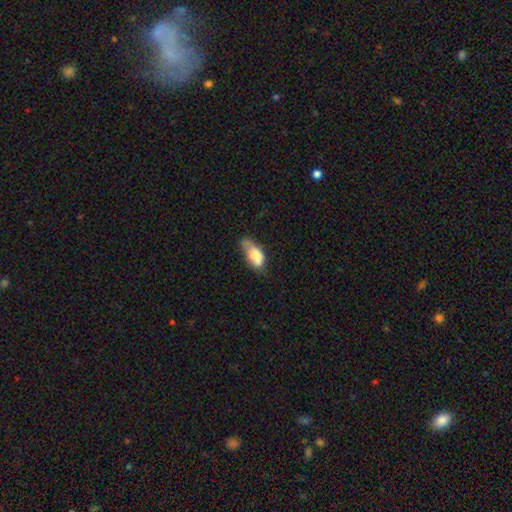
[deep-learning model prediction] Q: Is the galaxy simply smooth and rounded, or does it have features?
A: smooth — 74%.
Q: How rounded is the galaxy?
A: in between — 87%.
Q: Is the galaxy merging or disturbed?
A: minor disturbance — 39%.